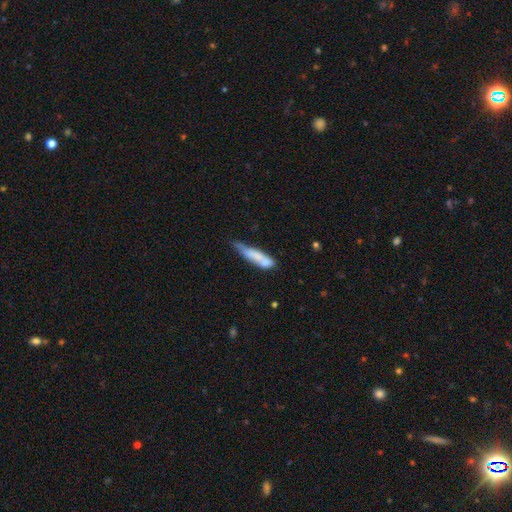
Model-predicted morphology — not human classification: Overall: smooth (67%). How rounded: cigar-shaped (75%). Merging: minor disturbance (35%; none 34%).